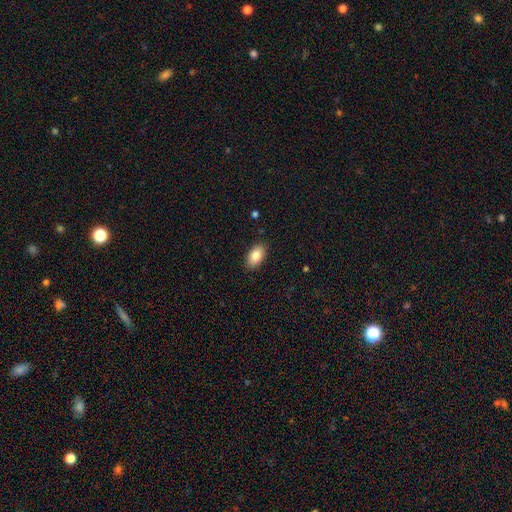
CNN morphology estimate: smooth-or-featured: smooth: 84% | featured or disk: 9% | star or artifact: 7%
  how-rounded: in between: 94% | round: 4% | cigar-shaped: 2%
  merging: none: 88% | minor disturbance: 9% | major disturbance: 2% | merger: 1%